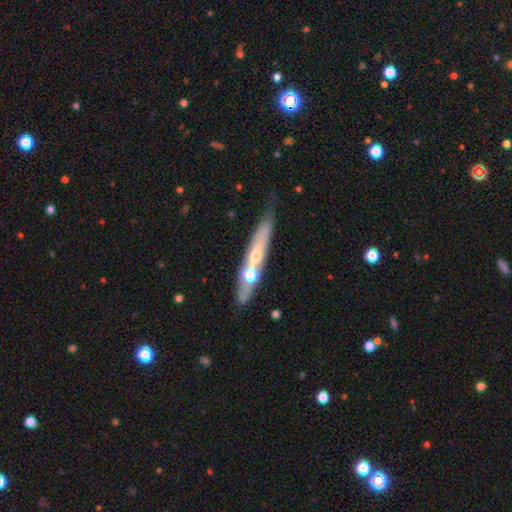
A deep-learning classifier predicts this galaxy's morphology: Q: Smooth or featured?
A: featured or disk (57%); runner-up: smooth (35%)
Q: Edge-on disk?
A: yes (77%); runner-up: no (23%)
Q: Merging?
A: none (58%); runner-up: merger (20%)